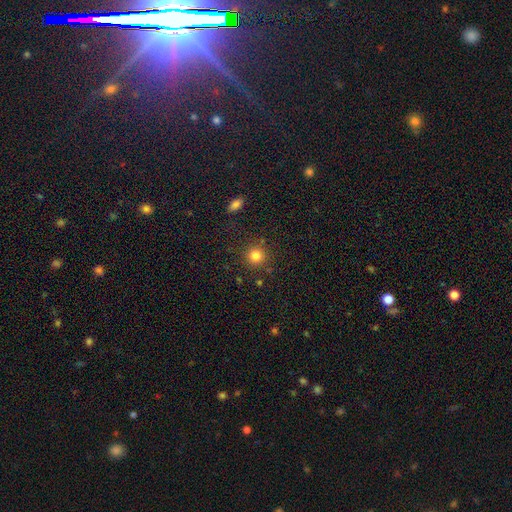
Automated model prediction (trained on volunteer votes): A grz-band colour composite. It shows a smooth galaxy with no disk features (82%) that is round (93%). Merging: none (86%).